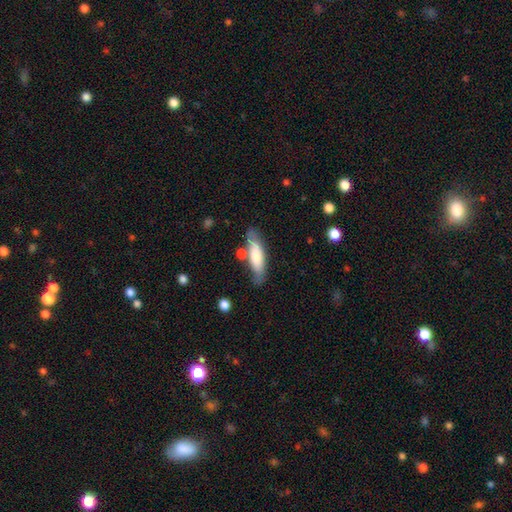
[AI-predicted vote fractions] Smooth or featured? smooth (64%)
How rounded? cigar-shaped (55%)
Merging? none (66%)